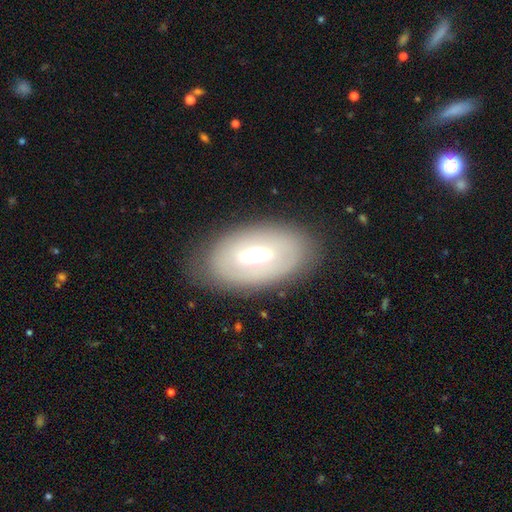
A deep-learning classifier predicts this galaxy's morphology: Smooth or featured? featured or disk (54%)
Edge-on disk? no (86%)
Merging? none (78%)